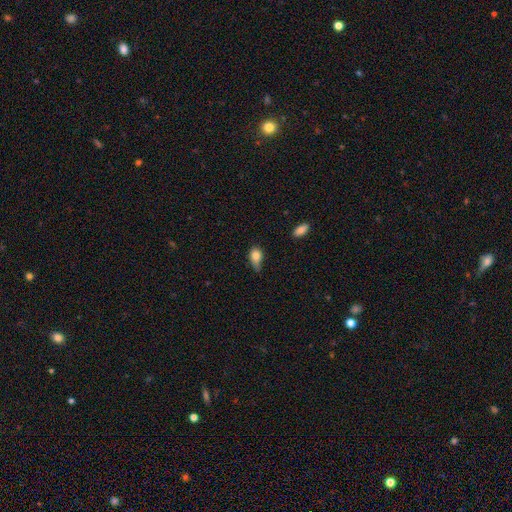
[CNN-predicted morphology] Smooth or featured? smooth (81%)
How rounded? in between (73%)
Merging? minor disturbance (48%)